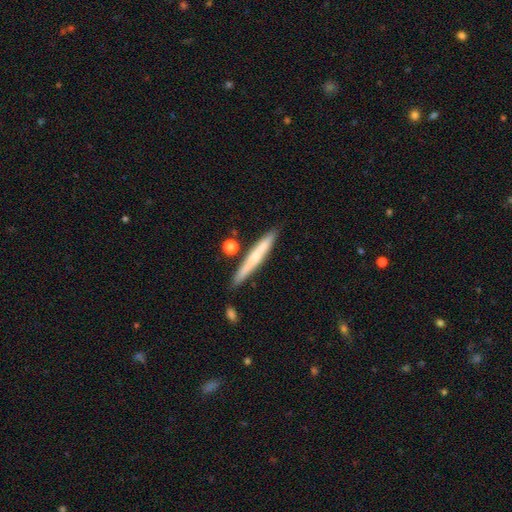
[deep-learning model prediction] Q: Smooth or featured?
A: smooth (56%); runner-up: featured or disk (38%)
Q: How rounded?
A: cigar-shaped (95%); runner-up: in between (3%)
Q: Merging?
A: none (84%); runner-up: minor disturbance (9%)